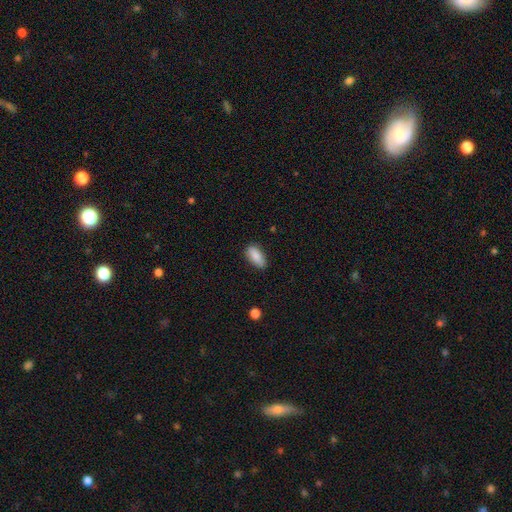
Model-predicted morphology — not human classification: Smooth or featured? smooth (87%)
How rounded? in between (87%)
Merging? none (82%)